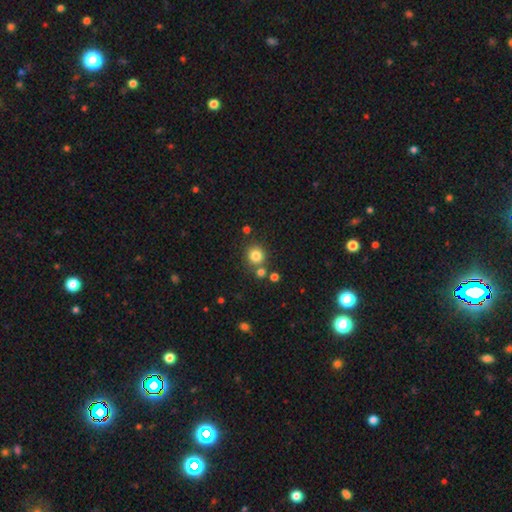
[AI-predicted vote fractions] A smooth galaxy with no disk features (82%) that is round (90%). Merging: none (76%).